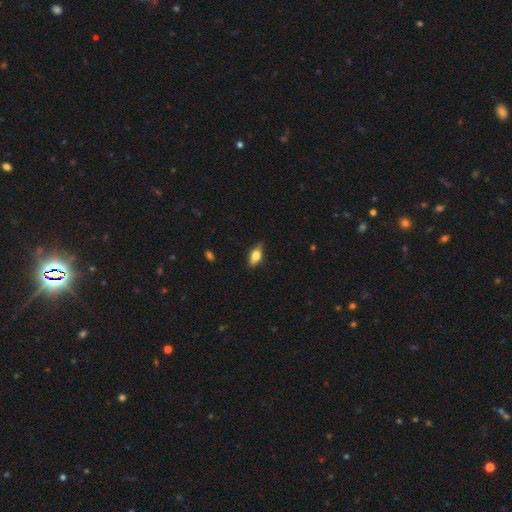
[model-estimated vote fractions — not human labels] This appears to be a smooth galaxy with no disk features (62%) that is in between round and cigar-shaped (81%). Merging: none (76%).